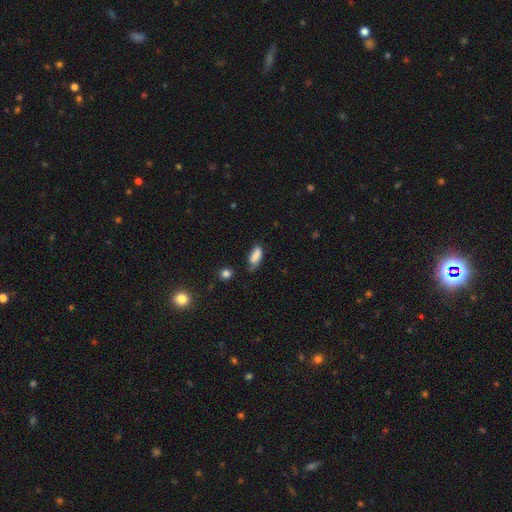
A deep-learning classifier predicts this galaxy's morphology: This appears to be a smooth galaxy with no disk features (83%) that is in between round and cigar-shaped (79%). Merging: none (49%).